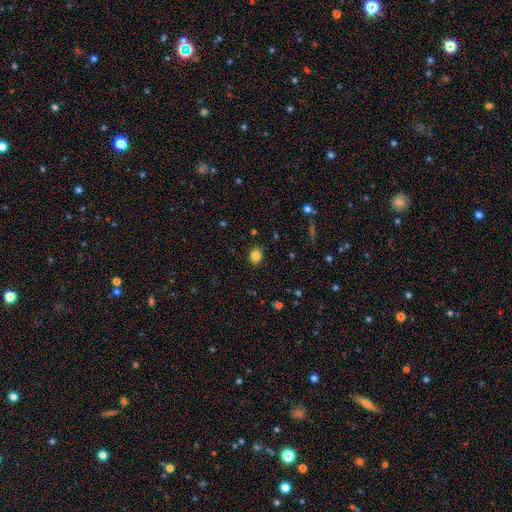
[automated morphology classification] smooth-or-featured: smooth: 83% | star or artifact: 12% | featured or disk: 6%
  how-rounded: round: 70% | in between: 29% | cigar-shaped: 1%
  merging: none: 88% | minor disturbance: 9% | major disturbance: 2% | merger: 1%